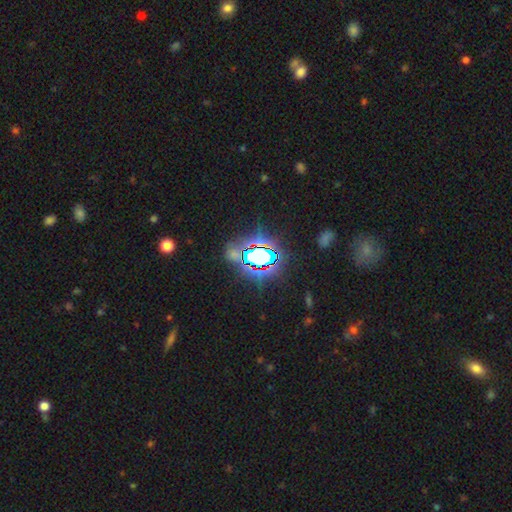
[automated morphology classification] This appears to be a star or artifact, not a galaxy (70%).